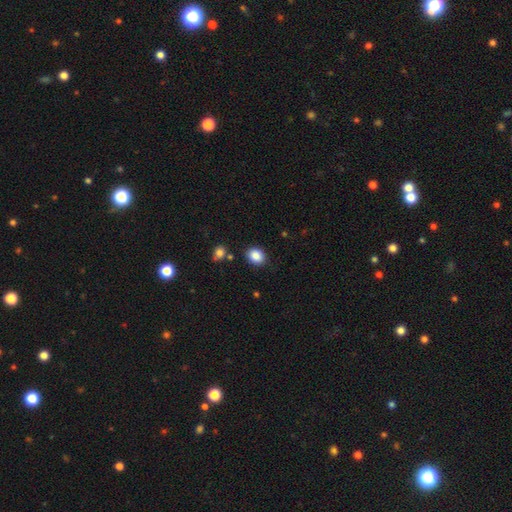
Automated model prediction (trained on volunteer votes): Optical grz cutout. It shows a smooth galaxy with no disk features (87%) that is in between round and cigar-shaped (53%). Merging: none (86%).